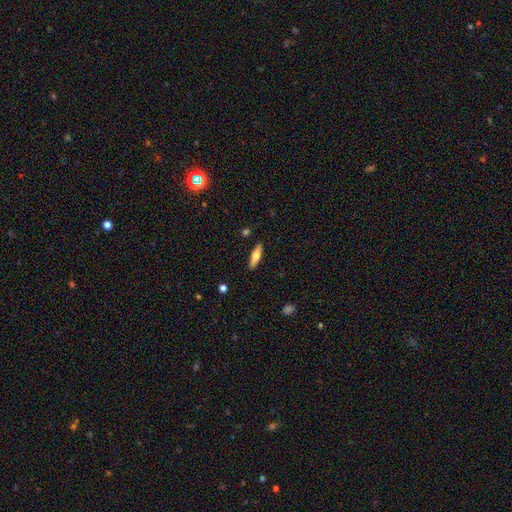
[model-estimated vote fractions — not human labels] smooth-or-featured: smooth: 57% | featured or disk: 37% | star or artifact: 6%
  how-rounded: cigar-shaped: 61% | in between: 37% | round: 2%
  merging: none: 88% | minor disturbance: 8% | major disturbance: 2% | merger: 1%